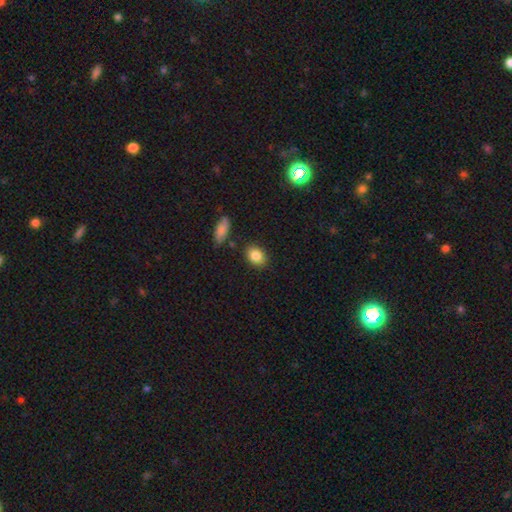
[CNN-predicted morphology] Overall: smooth (84%). How rounded: in between (68%; round 31%). Merging: none (83%).